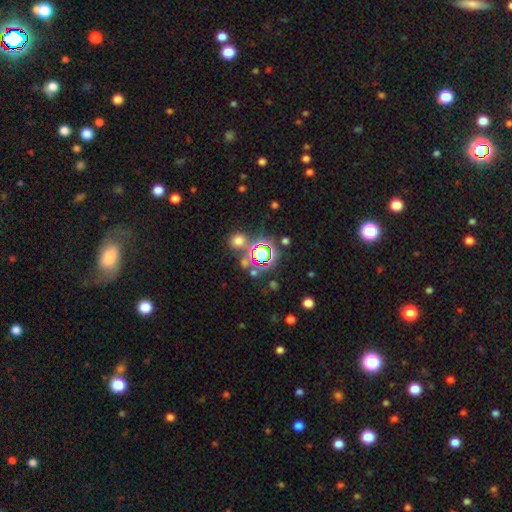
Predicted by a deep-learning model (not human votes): Smooth or featured? Predicted: star or artifact (p=0.69).